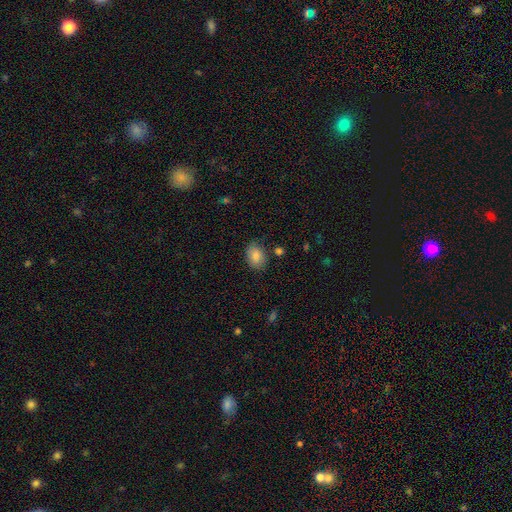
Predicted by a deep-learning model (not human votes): A smooth galaxy with no disk features (84%) that is in between round and cigar-shaped (79%).

Vote fractions:
- Smooth or featured? smooth: 84% / featured or disk: 8% / star or artifact: 8%
- How rounded? in between: 79% / round: 20% / cigar-shaped: 1%
- Merging? none: 78% / minor disturbance: 16% / major disturbance: 3% / merger: 2%